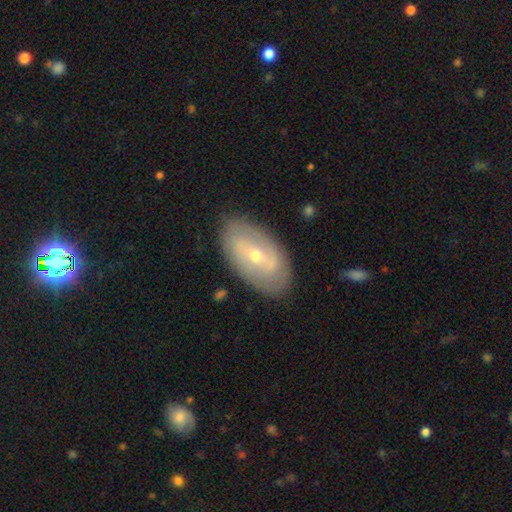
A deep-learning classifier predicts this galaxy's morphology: Q: Smooth or featured?
A: featured or disk (62%); runner-up: smooth (32%)
Q: Edge-on disk?
A: no (91%); runner-up: yes (9%)
Q: Bar?
A: no (41%); runner-up: weak (39%)
Q: Spiral arms?
A: yes (56%); runner-up: no (44%)
Q: Bulge size?
A: small (58%); runner-up: moderate (39%)
Q: Merging?
A: none (83%); runner-up: minor disturbance (13%)